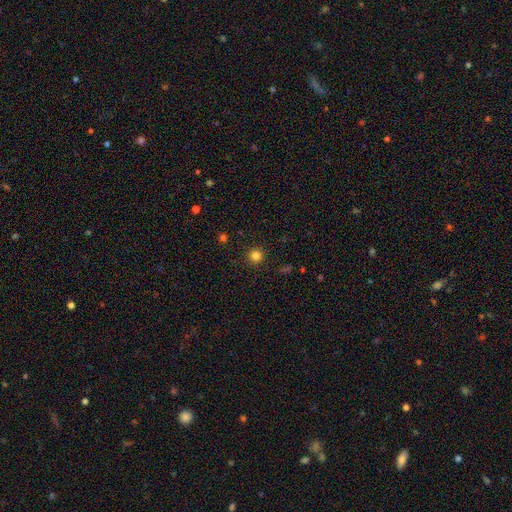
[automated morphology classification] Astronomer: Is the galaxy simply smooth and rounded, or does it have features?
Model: smooth — 81%.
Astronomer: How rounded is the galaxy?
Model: round — 96%.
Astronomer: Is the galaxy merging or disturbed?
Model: none — 92%.